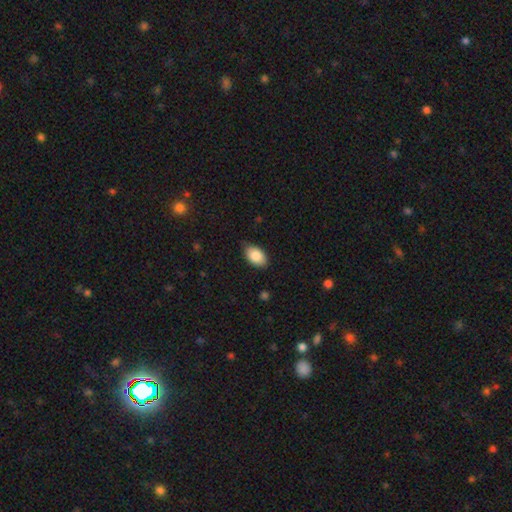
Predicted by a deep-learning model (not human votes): This appears to be a smooth galaxy with no disk features (87%) that is in between round and cigar-shaped (91%). Merging: none (80%).